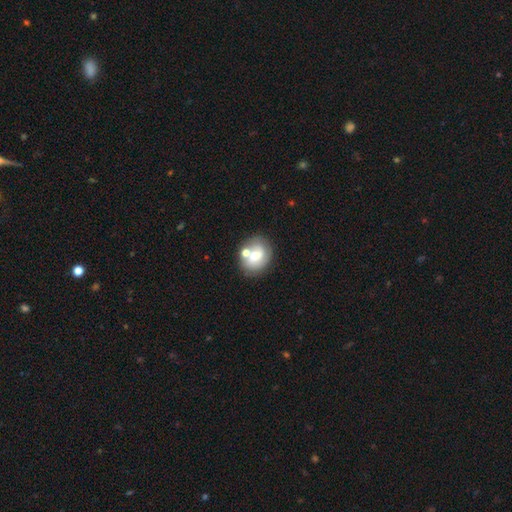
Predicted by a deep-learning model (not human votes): Smooth or featured? Predicted: smooth (p=0.59). How rounded? Predicted: round (p=0.57). Merging? Predicted: none (p=0.58).